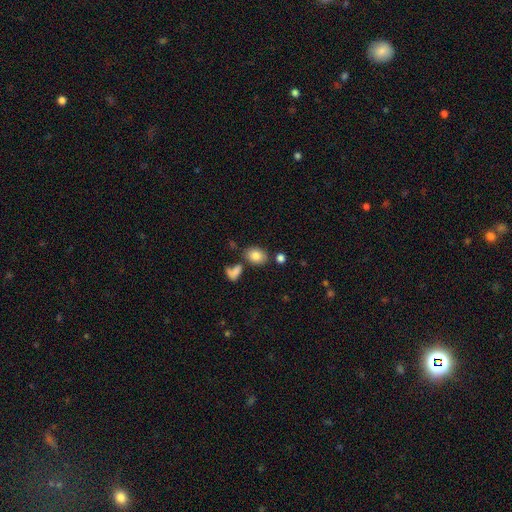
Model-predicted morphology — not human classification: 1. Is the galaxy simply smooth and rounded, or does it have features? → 82% smooth, 9% star or artifact, 9% featured or disk.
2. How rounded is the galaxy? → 73% in between, 26% round, 1% cigar-shaped.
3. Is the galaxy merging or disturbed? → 70% none, 13% minor disturbance, 13% merger, 5% major disturbance.